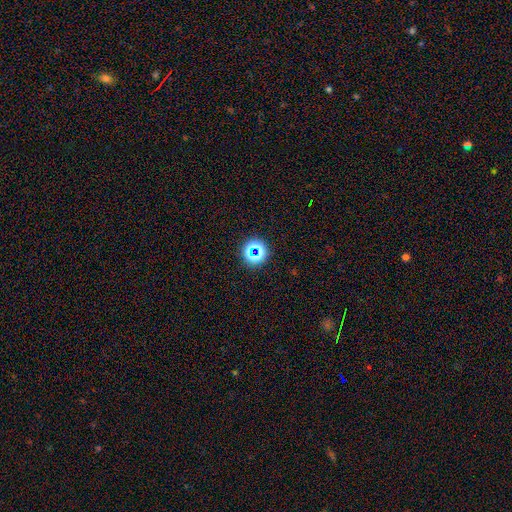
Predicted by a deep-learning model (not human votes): A star or artifact, not a galaxy (60%).